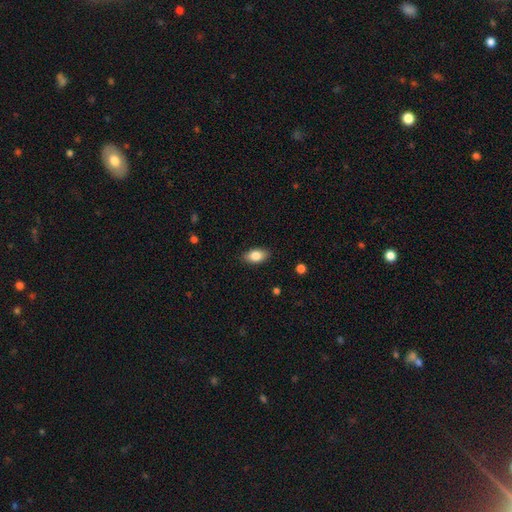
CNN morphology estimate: The model was most divided on "smooth or featured": smooth: 83%, featured or disk: 10%, star or artifact: 7%. More confident: how rounded — in between (91%); merging — none (87%).